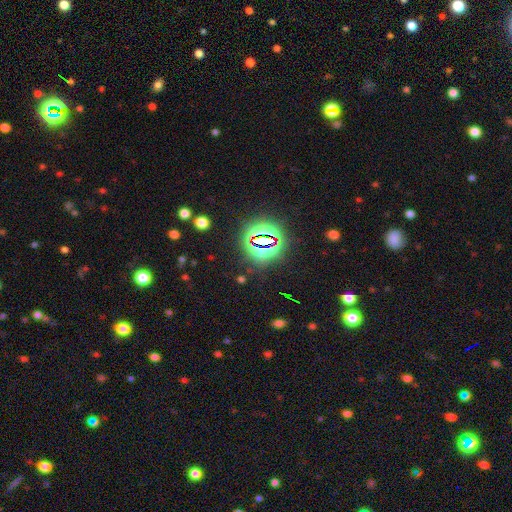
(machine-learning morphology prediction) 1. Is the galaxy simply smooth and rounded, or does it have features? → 83% star or artifact, 11% smooth, 6% featured or disk.